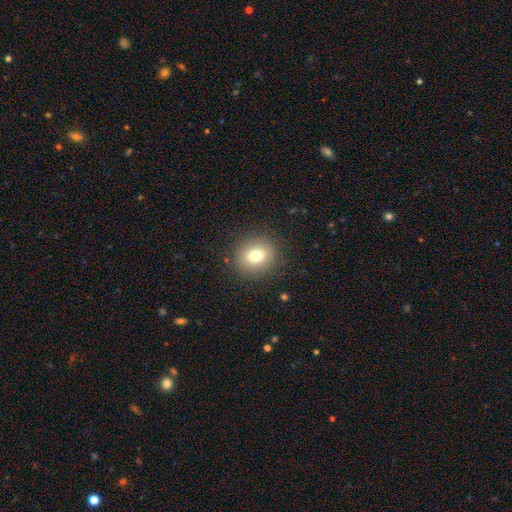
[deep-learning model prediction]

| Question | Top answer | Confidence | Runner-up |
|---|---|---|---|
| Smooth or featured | smooth | 77% | featured or disk (12%) |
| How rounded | round | 76% | in between (23%) |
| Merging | none | 88% | minor disturbance (8%) |